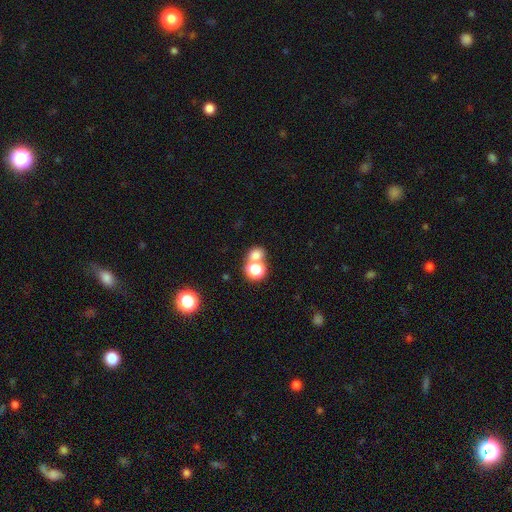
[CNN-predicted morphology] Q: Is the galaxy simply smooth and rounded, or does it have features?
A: smooth — 73%.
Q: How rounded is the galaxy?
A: round — 70%.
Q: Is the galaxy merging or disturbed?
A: merger — 47%.